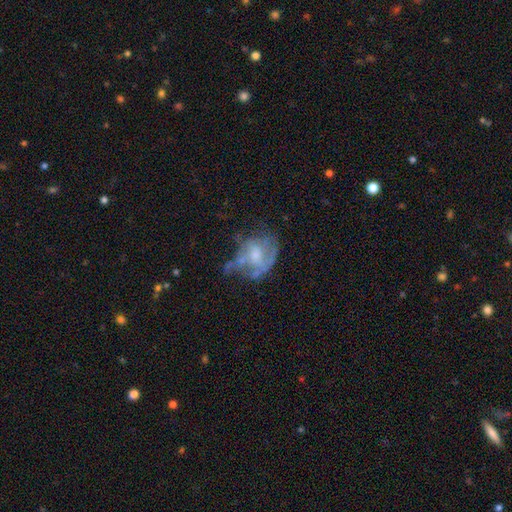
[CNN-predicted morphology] The model was most divided on "bulge size": moderate: 42%, small: 37%, none: 14%, large: 5%, dominant: 1%. Remaining: edge-on disk — no (97%); bar — no (71%); smooth or featured — featured or disk (60%); spiral arms — no (58%); merging — major disturbance (36%).